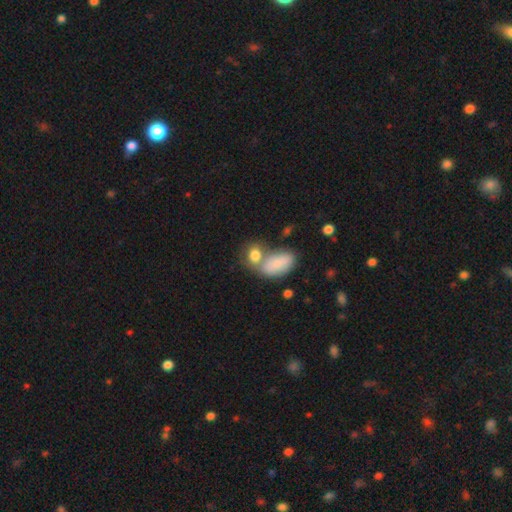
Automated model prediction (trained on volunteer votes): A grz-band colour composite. It shows a smooth galaxy with no disk features (78%) that is in between round and cigar-shaped (66%). Merging: merger (46%).